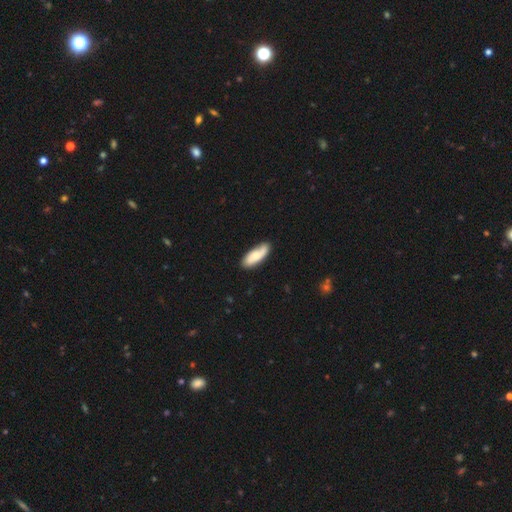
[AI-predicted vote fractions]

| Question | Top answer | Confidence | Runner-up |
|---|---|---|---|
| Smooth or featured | smooth | 64% | featured or disk (30%) |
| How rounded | in between | 70% | cigar-shaped (28%) |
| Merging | none | 77% | minor disturbance (18%) |